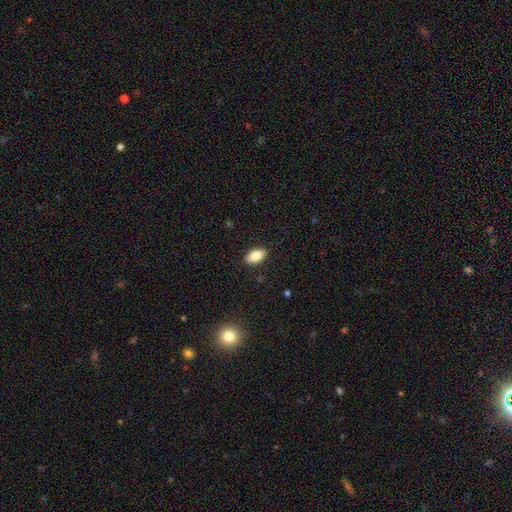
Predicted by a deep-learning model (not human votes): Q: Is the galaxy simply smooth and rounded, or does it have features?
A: smooth — 82%.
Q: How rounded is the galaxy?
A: in between — 91%.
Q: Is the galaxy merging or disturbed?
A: none — 88%.